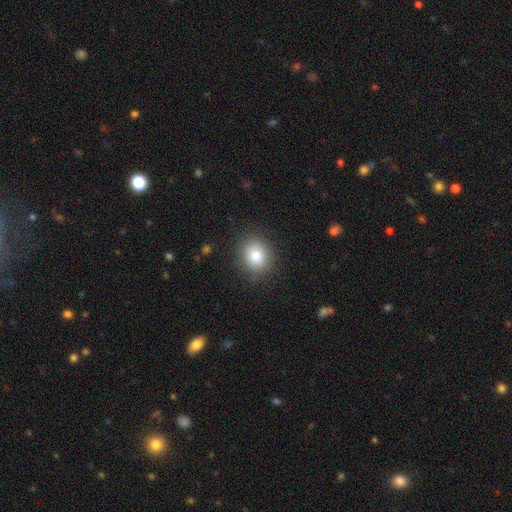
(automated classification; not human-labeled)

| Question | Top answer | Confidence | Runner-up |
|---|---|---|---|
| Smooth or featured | smooth | 82% | star or artifact (10%) |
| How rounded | round | 68% | in between (31%) |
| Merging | none | 87% | minor disturbance (9%) |